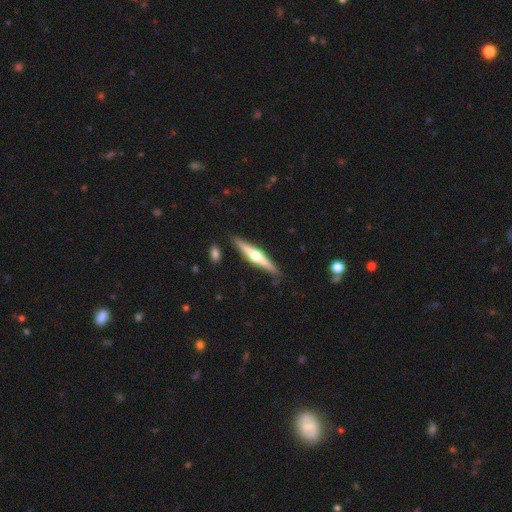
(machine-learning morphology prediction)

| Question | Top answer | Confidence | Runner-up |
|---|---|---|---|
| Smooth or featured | featured or disk | 67% | smooth (28%) |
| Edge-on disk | yes | 97% | no (3%) |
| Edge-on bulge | rounded | 92% | boxy (4%) |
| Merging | none | 87% | minor disturbance (10%) |